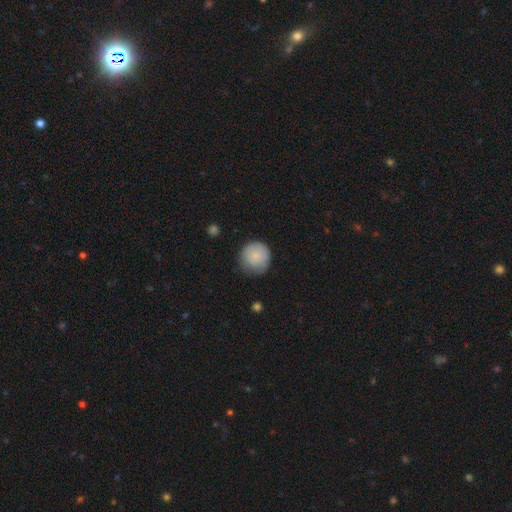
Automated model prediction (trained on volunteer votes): smooth-or-featured: smooth: 85% | featured or disk: 8% | star or artifact: 7%
  how-rounded: round: 94% | in between: 5% | cigar-shaped: 1%
  merging: none: 72% | minor disturbance: 22% | major disturbance: 5% | merger: 1%